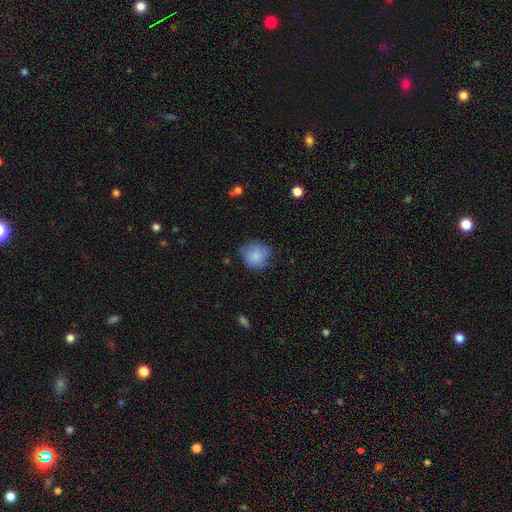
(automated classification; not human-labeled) smooth-or-featured: smooth: 82% | featured or disk: 10% | star or artifact: 8%
  how-rounded: round: 84% | in between: 15% | cigar-shaped: 1%
  merging: none: 69% | minor disturbance: 23% | major disturbance: 6% | merger: 1%